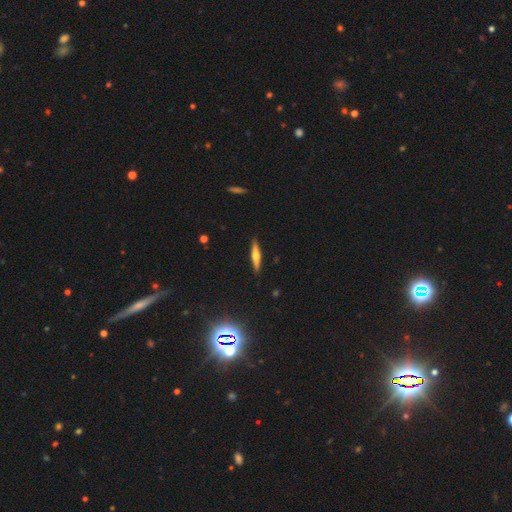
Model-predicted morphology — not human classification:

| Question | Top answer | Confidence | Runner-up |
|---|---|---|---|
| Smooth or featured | featured or disk | 56% | smooth (36%) |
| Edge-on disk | yes | 96% | no (4%) |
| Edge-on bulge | rounded | 88% | none (6%) |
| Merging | none | 90% | minor disturbance (7%) |